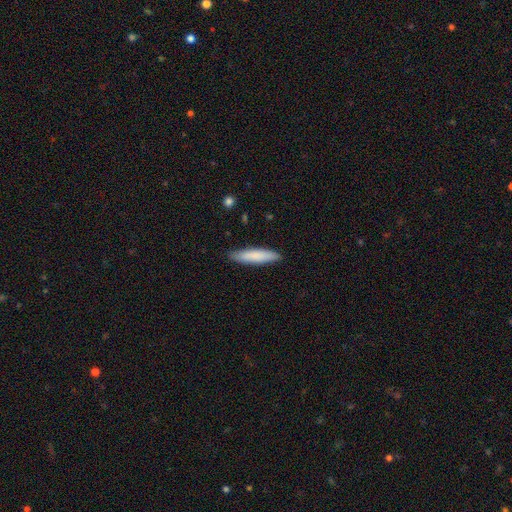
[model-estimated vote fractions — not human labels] A smooth galaxy with no disk features (82%) that is cigar-shaped (83%). Merging: none (88%).